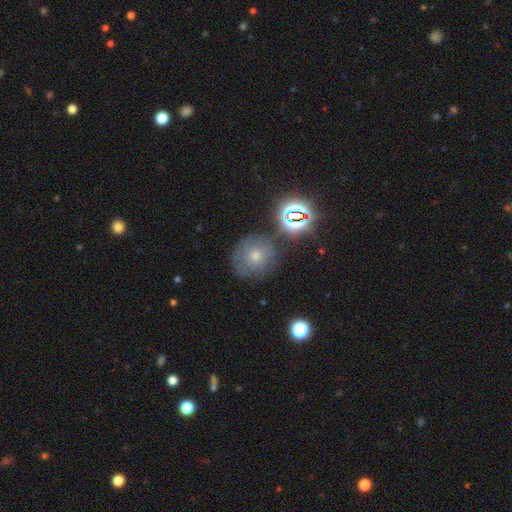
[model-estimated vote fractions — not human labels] Morphology: type=smooth (59%); roundness=round (83%); merging=none (68%).